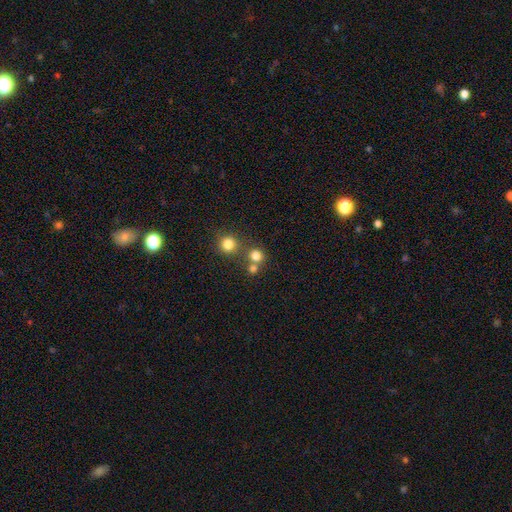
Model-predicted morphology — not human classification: The model was most divided on "merging": none: 60%, merger: 30%, minor disturbance: 7%, major disturbance: 4%. More confident: how rounded — round (88%); smooth or featured — smooth (76%).